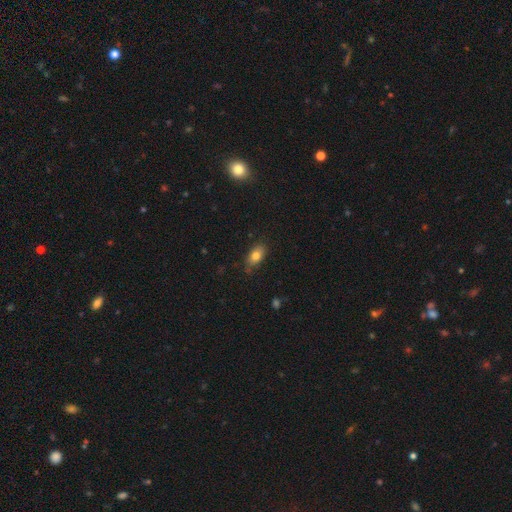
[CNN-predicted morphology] Smooth or featured? smooth (80%)
How rounded? in between (87%)
Merging? none (76%)